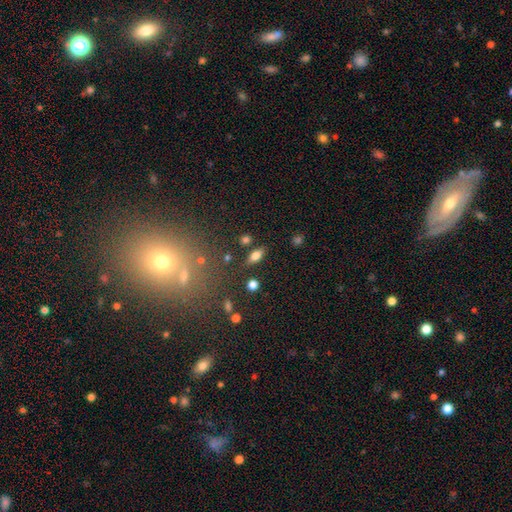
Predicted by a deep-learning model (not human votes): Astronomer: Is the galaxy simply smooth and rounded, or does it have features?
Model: smooth — 71%.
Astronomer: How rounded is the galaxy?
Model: in between — 80%.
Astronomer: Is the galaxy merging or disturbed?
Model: none — 81%.